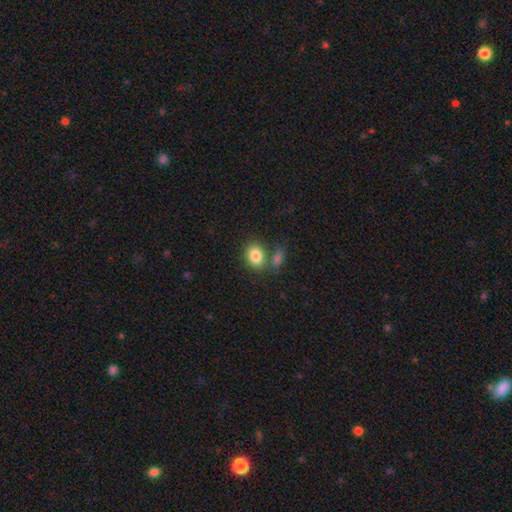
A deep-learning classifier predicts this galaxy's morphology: Q: Smooth or featured?
A: smooth (84%); runner-up: star or artifact (8%)
Q: How rounded?
A: in between (70%); runner-up: round (29%)
Q: Merging?
A: none (59%); runner-up: merger (23%)